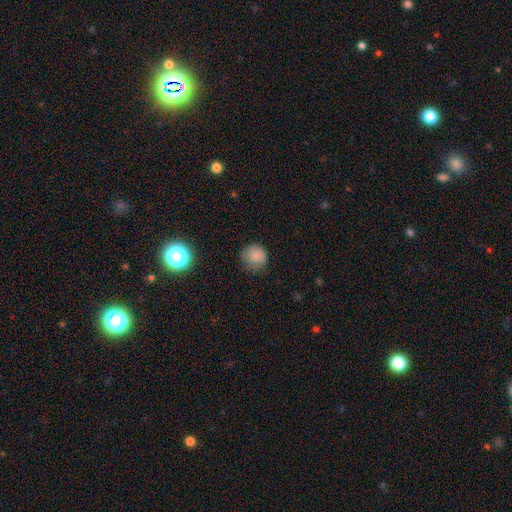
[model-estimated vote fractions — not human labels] Morphology: type=smooth (83%); roundness=round (89%); merging=none (72%).